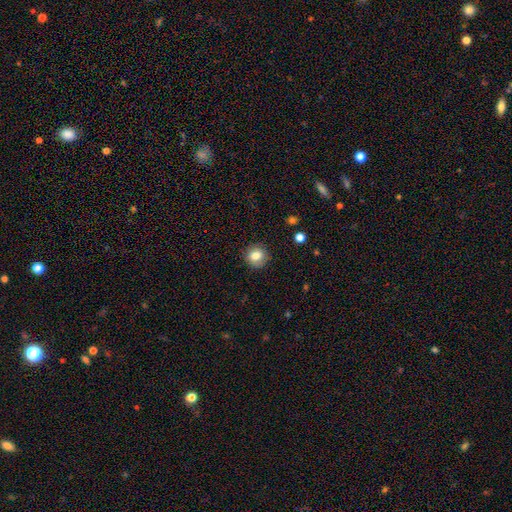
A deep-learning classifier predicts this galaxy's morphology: type=smooth (80%); roundness=round (88%); merging=none (86%).